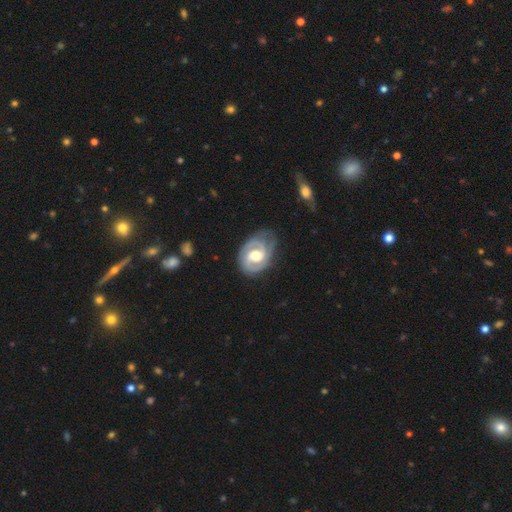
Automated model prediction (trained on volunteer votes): featured or disk 87%, smooth 9%, star or artifact 4%. Down the decision tree: edge-on disk — no (98%); bar — no (46%); spiral arms — yes (96%); spiral arm count — 2 (73%); spiral winding — tight (56%); bulge size — moderate (63%); merging — none (69%).